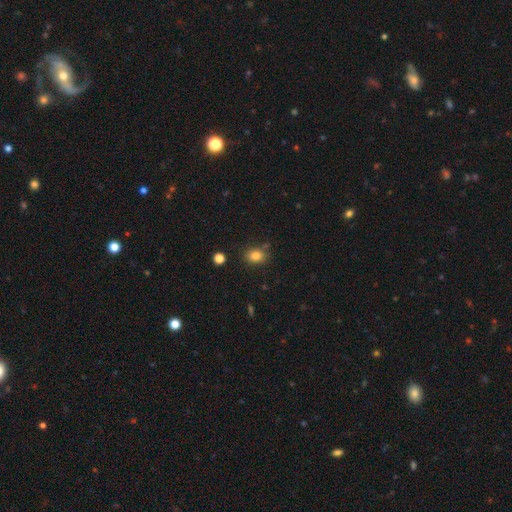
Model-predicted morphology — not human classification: Overall: smooth (82%). How rounded: in between (55%; round 44%). Merging: none (79%).